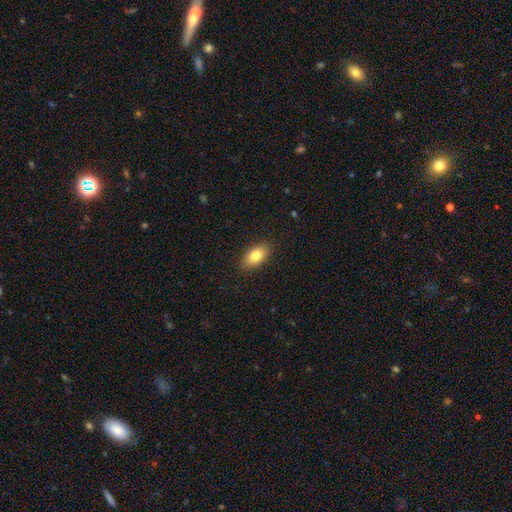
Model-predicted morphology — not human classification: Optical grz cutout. It shows a smooth galaxy with no disk features (80%) that is in between round and cigar-shaped (89%). Merging: none (88%).